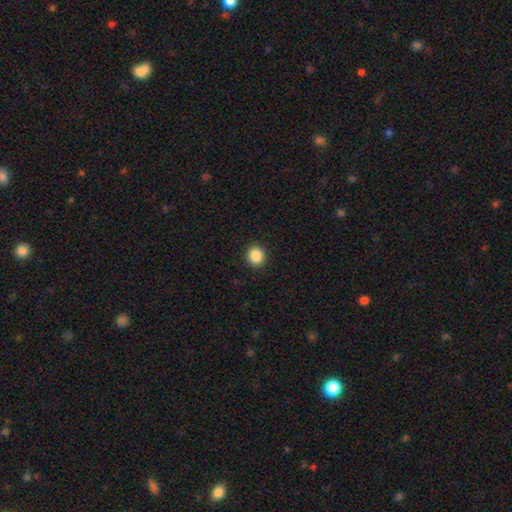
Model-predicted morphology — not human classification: smooth-or-featured: smooth: 88% | star or artifact: 9% | featured or disk: 3%
  how-rounded: round: 89% | in between: 10% | cigar-shaped: 1%
  merging: none: 92% | minor disturbance: 5% | major disturbance: 2% | merger: 1%